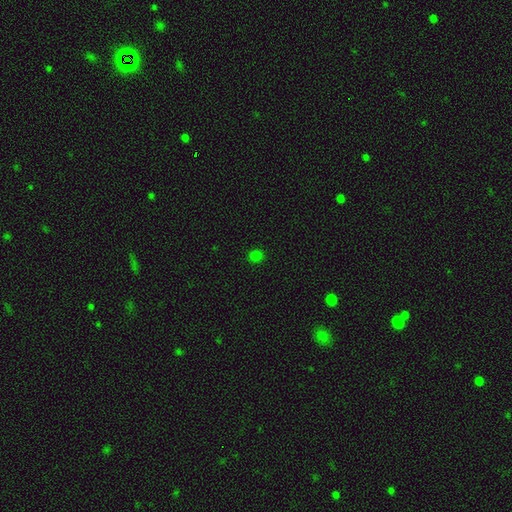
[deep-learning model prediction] Smooth or featured? Predicted: smooth (p=0.78). How rounded? Predicted: round (p=0.88). Merging? Predicted: none (p=0.91).